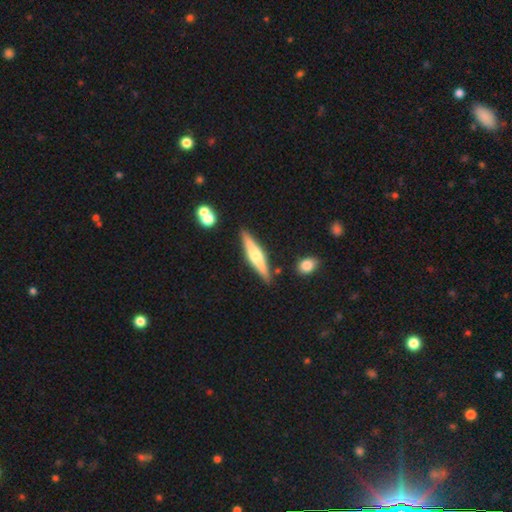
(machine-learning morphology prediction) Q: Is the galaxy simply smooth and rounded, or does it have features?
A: featured or disk — 60%.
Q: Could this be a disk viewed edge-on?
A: yes — 96%.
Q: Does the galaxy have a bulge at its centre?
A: rounded — 88%.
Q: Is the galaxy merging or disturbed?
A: none — 86%.